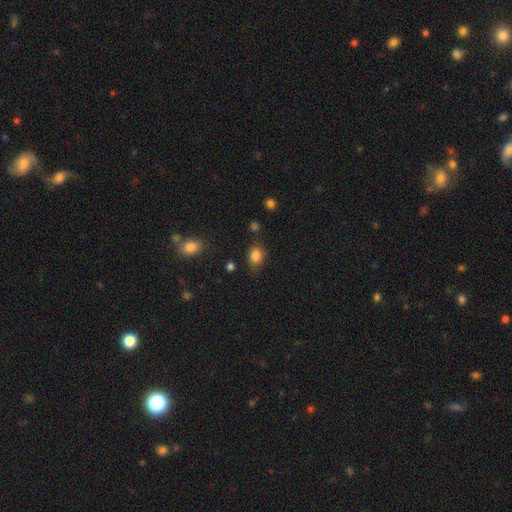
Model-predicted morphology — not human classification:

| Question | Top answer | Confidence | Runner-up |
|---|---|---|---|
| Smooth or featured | smooth | 84% | star or artifact (11%) |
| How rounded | in between | 59% | round (40%) |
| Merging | none | 74% | minor disturbance (18%) |